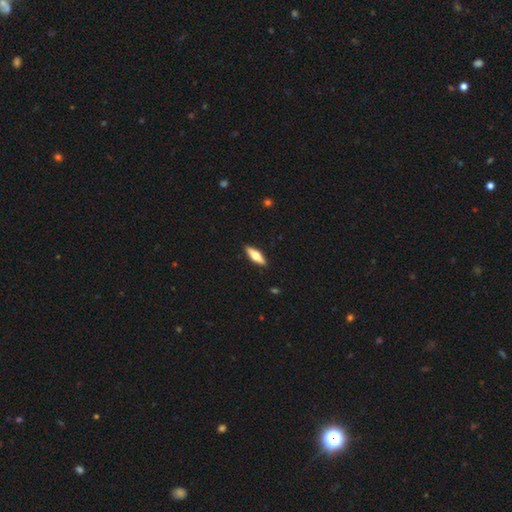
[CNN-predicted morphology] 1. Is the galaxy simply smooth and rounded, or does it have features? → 50% smooth, 45% featured or disk, 6% star or artifact.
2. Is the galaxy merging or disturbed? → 90% none, 7% minor disturbance, 2% major disturbance, 1% merger.